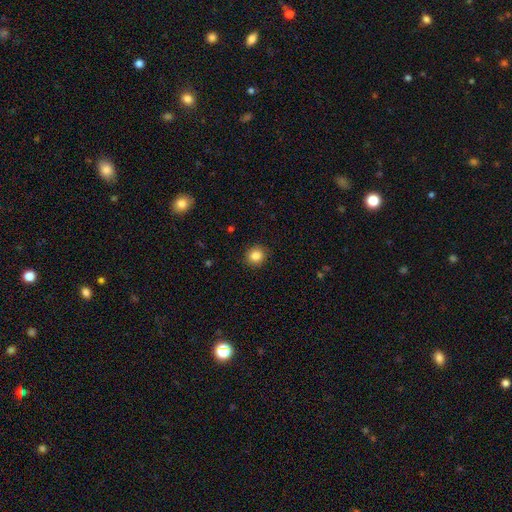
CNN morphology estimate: smooth 85%, star or artifact 10%, featured or disk 5%. Down the decision tree: how rounded — round (89%); merging — none (91%).